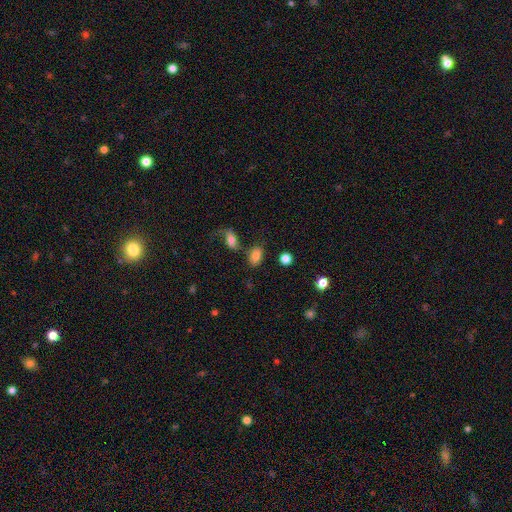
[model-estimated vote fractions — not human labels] smooth 81%, star or artifact 10%, featured or disk 9%. Down the decision tree: how rounded — in between (84%); merging — none (67%).